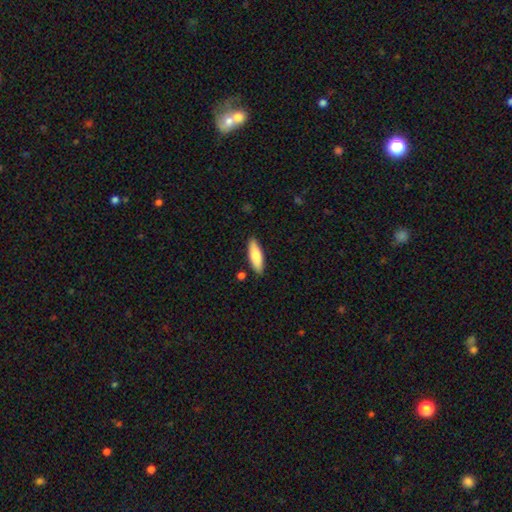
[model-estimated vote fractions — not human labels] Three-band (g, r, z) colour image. It shows a smooth galaxy with no disk features (80%) that is in between round and cigar-shaped (54%). Merging: none (87%).